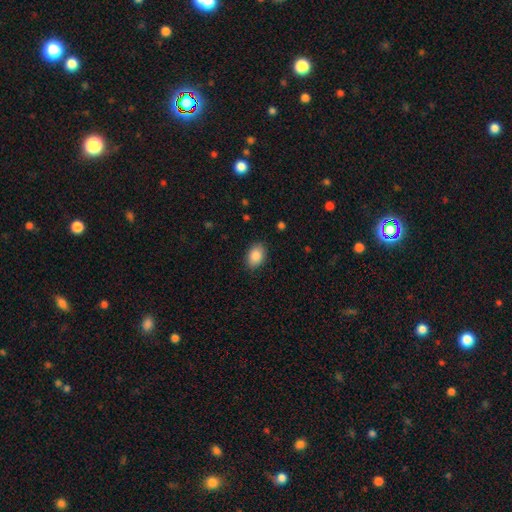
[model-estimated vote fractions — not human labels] Smooth or featured? Predicted: smooth (p=0.88). How rounded? Predicted: in between (p=0.80). Merging? Predicted: none (p=0.85).